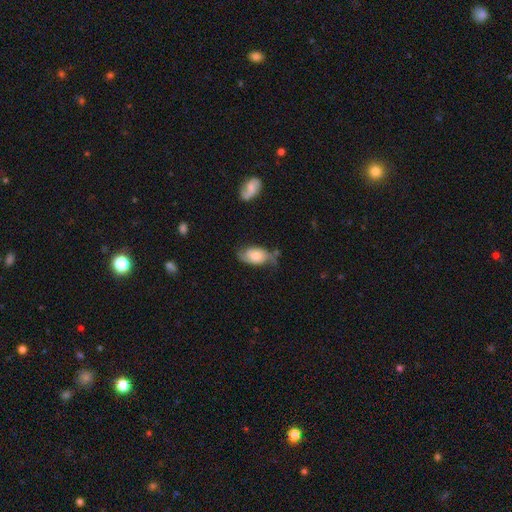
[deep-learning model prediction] Smooth or featured? featured or disk (62%)
Edge-on disk? no (94%)
Bar? no (72%)
Spiral arms? yes (88%)
Spiral winding? medium (40%)
Spiral arm count? 2 (83%)
Bulge size? moderate (46%)
Merging? none (54%)